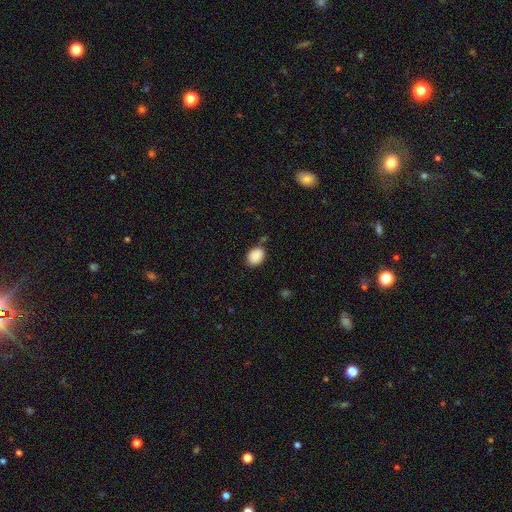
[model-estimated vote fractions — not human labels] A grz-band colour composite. It shows a smooth galaxy with no disk features (89%) that is in between round and cigar-shaped (66%). Merging: none (78%).